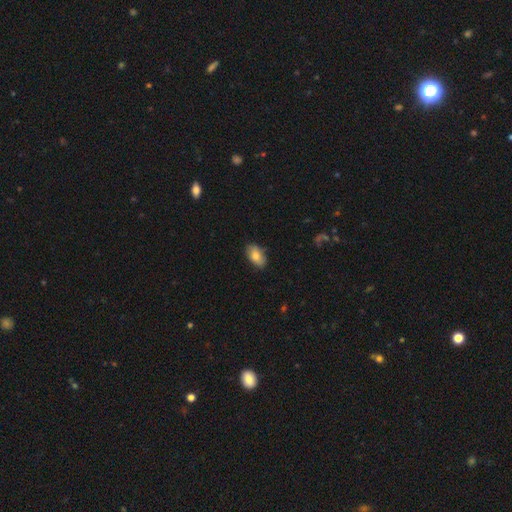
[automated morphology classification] A smooth galaxy with no disk features (78%) that is in between round and cigar-shaped (92%).

Vote fractions:
- Smooth or featured? smooth: 78% / featured or disk: 15% / star or artifact: 7%
- How rounded? in between: 92% / round: 6% / cigar-shaped: 3%
- Merging? none: 84% / minor disturbance: 13% / major disturbance: 2% / merger: 1%